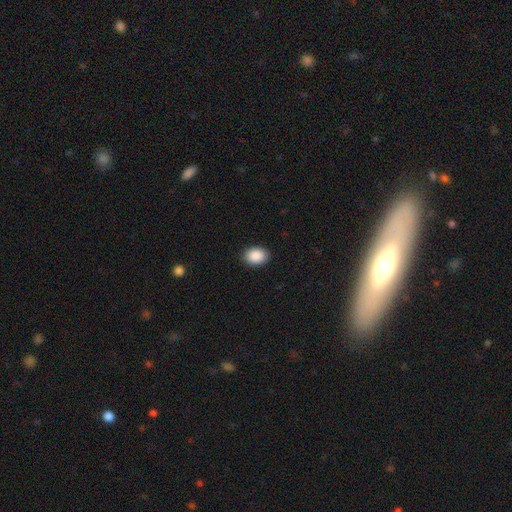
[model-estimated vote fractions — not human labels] Smooth or featured: smooth — 90% (star or artifact — 7%)
How rounded: in between — 78% (round — 21%)
Merging: none — 90% (minor disturbance — 8%)